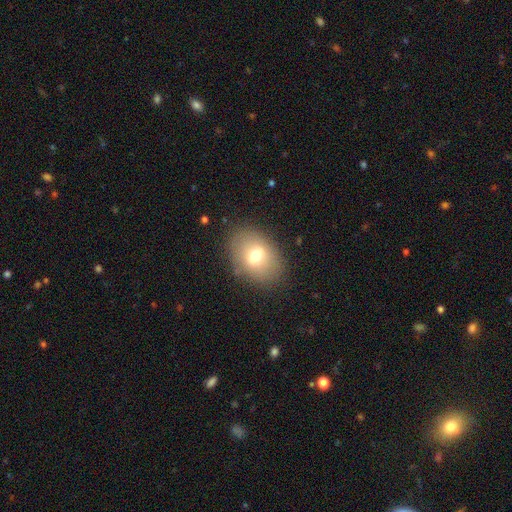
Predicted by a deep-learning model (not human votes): Smooth or featured?
  - smooth: 69% *
  - featured or disk: 21%
  - star or artifact: 11%
How rounded?
  - in between: 69% *
  - round: 30%
  - cigar-shaped: 1%
Merging?
  - none: 83% *
  - minor disturbance: 11%
  - major disturbance: 4%
  - merger: 1%